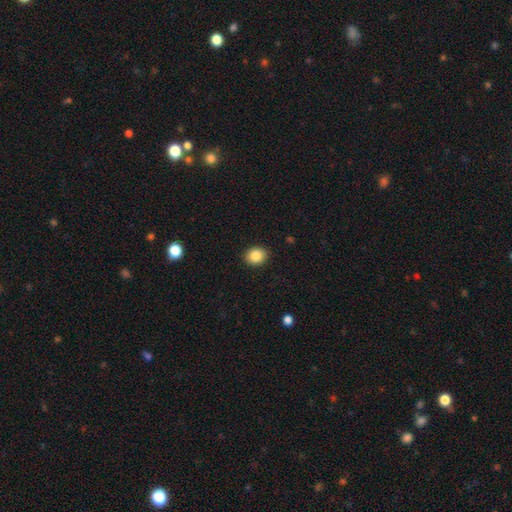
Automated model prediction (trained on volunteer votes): Smooth or featured?
  - smooth: 86% *
  - star or artifact: 9%
  - featured or disk: 5%
How rounded?
  - round: 59% *
  - in between: 40%
  - cigar-shaped: 1%
Merging?
  - none: 91% *
  - minor disturbance: 6%
  - major disturbance: 2%
  - merger: 1%